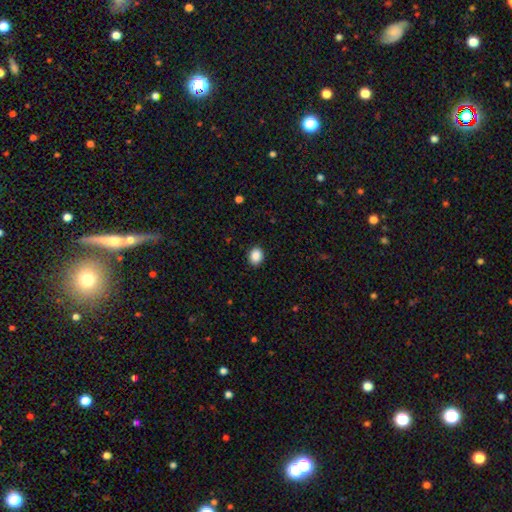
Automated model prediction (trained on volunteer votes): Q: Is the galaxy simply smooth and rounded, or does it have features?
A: smooth — 89%.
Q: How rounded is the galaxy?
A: in between — 52%.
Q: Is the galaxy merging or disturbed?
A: none — 90%.